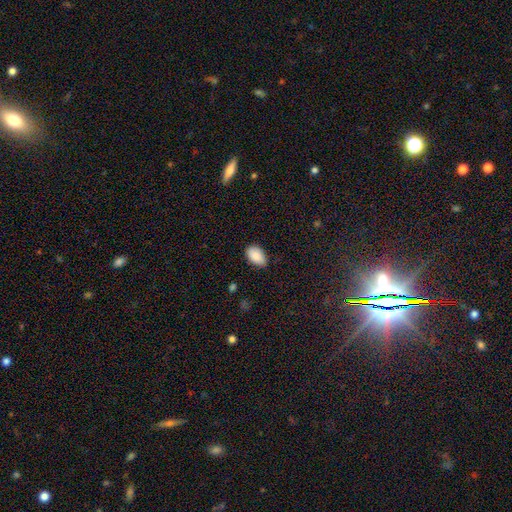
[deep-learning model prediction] Smooth or featured? Predicted: smooth (p=0.90). How rounded? Predicted: in between (p=0.93). Merging? Predicted: none (p=0.78).